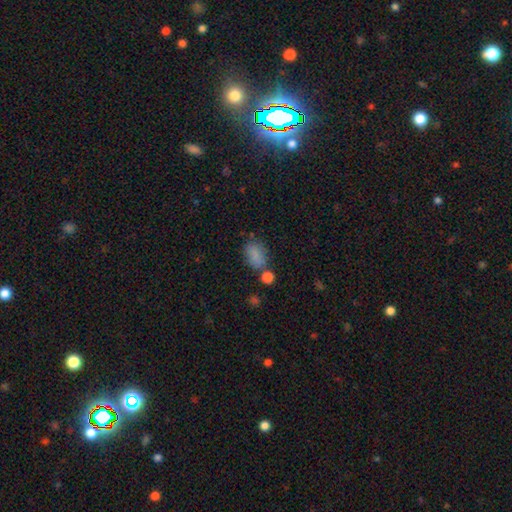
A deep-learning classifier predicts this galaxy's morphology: smooth_or_featured: smooth (p=0.81) [alt: star or artifact p=0.11]
how_rounded: in between (p=0.83) [alt: round p=0.15]
merging: none (p=0.59) [alt: minor disturbance p=0.20]